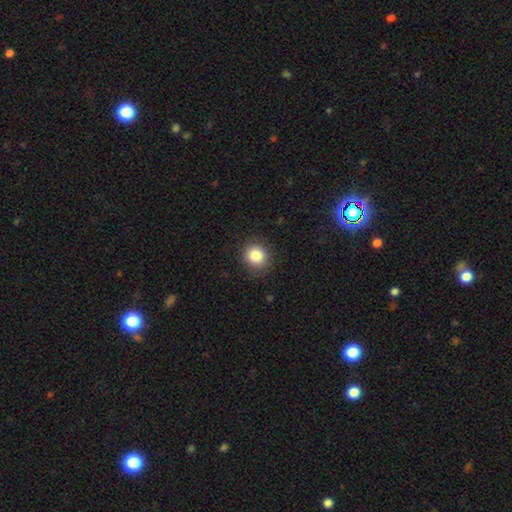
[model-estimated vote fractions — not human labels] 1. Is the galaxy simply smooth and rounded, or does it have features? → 84% smooth, 11% star or artifact, 5% featured or disk.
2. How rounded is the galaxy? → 86% round, 13% in between, 1% cigar-shaped.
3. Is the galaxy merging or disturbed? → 90% none, 7% minor disturbance, 2% major disturbance, 1% merger.